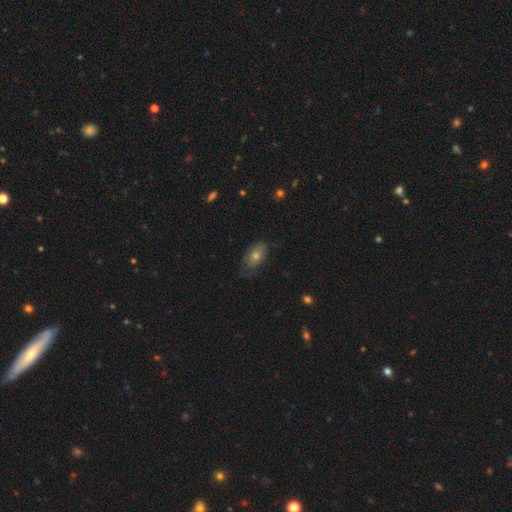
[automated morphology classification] Smooth or featured?
  - smooth: 56% *
  - featured or disk: 31%
  - star or artifact: 13%
How rounded?
  - in between: 87% *
  - round: 9%
  - cigar-shaped: 4%
Merging?
  - none: 68% *
  - minor disturbance: 23%
  - major disturbance: 8%
  - merger: 1%